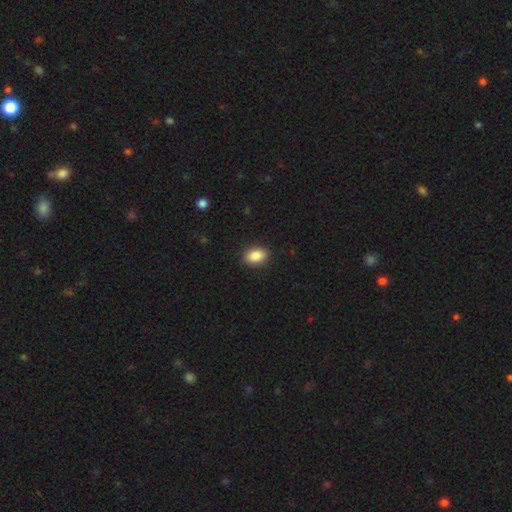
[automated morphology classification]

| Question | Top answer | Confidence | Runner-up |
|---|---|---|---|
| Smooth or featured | smooth | 87% | star or artifact (8%) |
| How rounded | in between | 84% | round (15%) |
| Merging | none | 89% | minor disturbance (8%) |